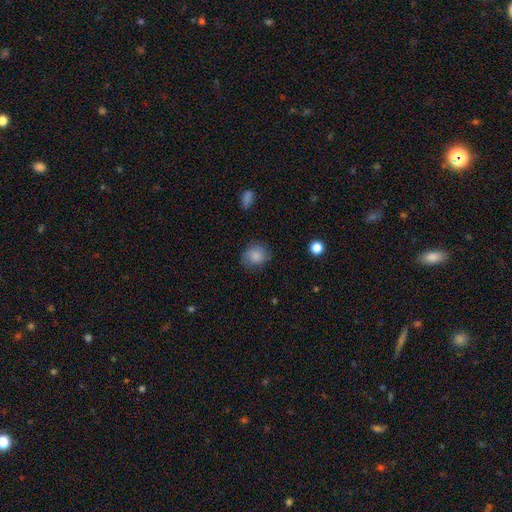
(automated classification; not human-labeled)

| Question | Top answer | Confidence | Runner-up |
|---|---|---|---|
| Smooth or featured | smooth | 84% | featured or disk (8%) |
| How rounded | round | 69% | in between (30%) |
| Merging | none | 76% | minor disturbance (18%) |